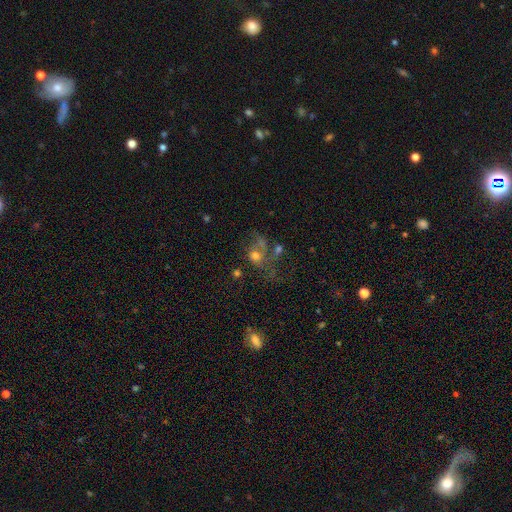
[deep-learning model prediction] Smooth or featured: featured or disk — 46% (smooth — 38%)
Merging: major disturbance — 34% (none — 28%)